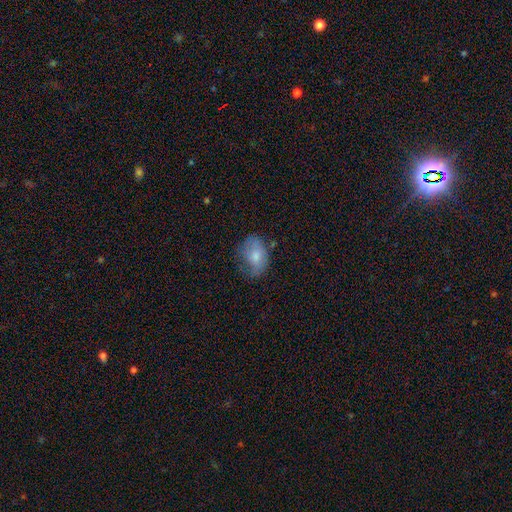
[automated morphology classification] This is likely a smooth galaxy (72%). How rounded: likely in between (74%). Merging: possibly none (50%).